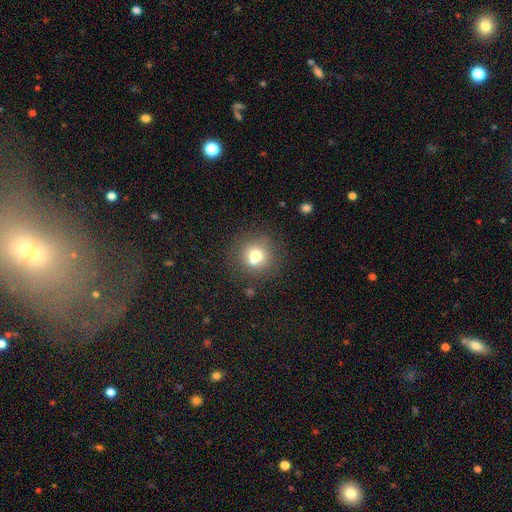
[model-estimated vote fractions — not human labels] Q: Smooth or featured?
A: smooth (70%); runner-up: featured or disk (17%)
Q: How rounded?
A: round (91%); runner-up: in between (8%)
Q: Merging?
A: none (64%); runner-up: merger (22%)